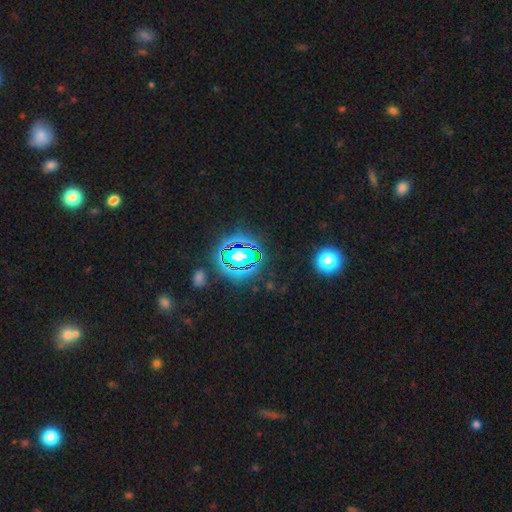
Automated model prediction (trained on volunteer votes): Smooth or featured? Predicted: star or artifact (p=0.79).